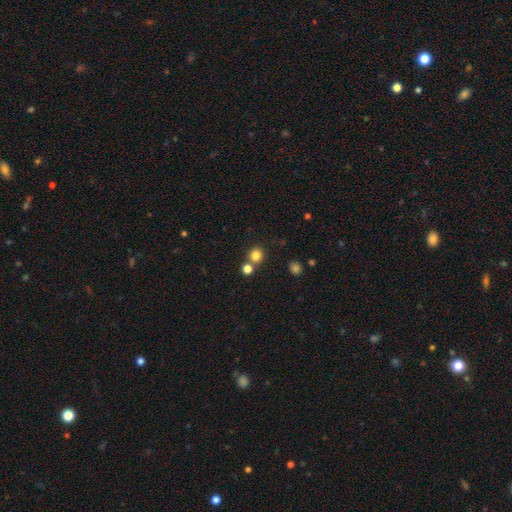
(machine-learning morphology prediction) This appears to be a smooth galaxy with no disk features (81%) that is round (89%). Merging: none (72%).